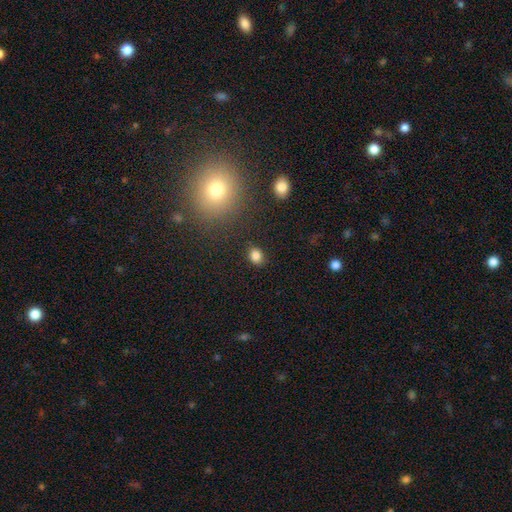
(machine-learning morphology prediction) Smooth or featured?
  - smooth: 83% *
  - star or artifact: 12%
  - featured or disk: 5%
How rounded?
  - round: 53% *
  - in between: 46%
  - cigar-shaped: 1%
Merging?
  - none: 85% *
  - minor disturbance: 10%
  - major disturbance: 3%
  - merger: 2%